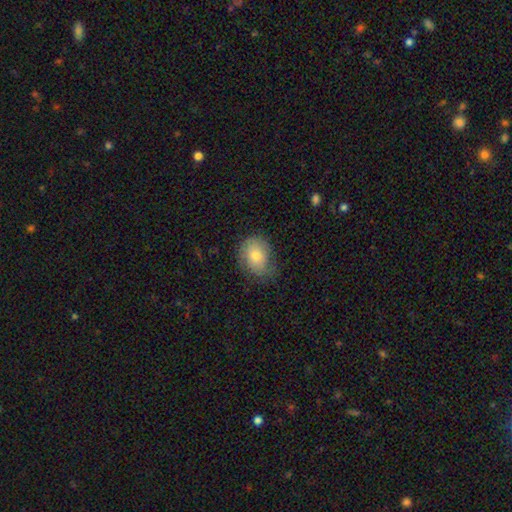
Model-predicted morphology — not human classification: Smooth or featured?
  - smooth: 72% *
  - featured or disk: 20%
  - star or artifact: 8%
How rounded?
  - in between: 62% *
  - round: 36%
  - cigar-shaped: 1%
Merging?
  - none: 61% *
  - minor disturbance: 29%
  - major disturbance: 9%
  - merger: 1%